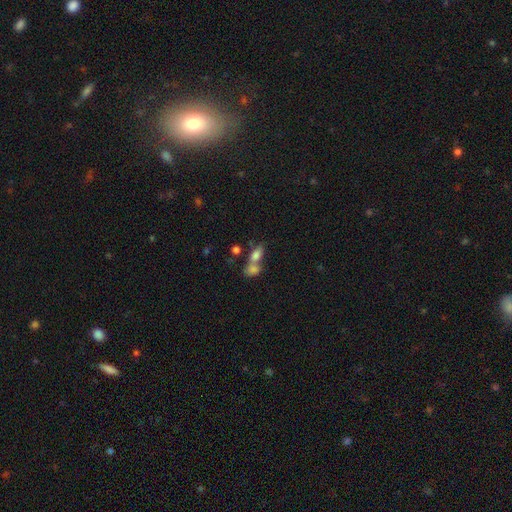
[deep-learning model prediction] A smooth galaxy with no disk features (76%) that is in between round and cigar-shaped (80%). Merging: merger (58%).